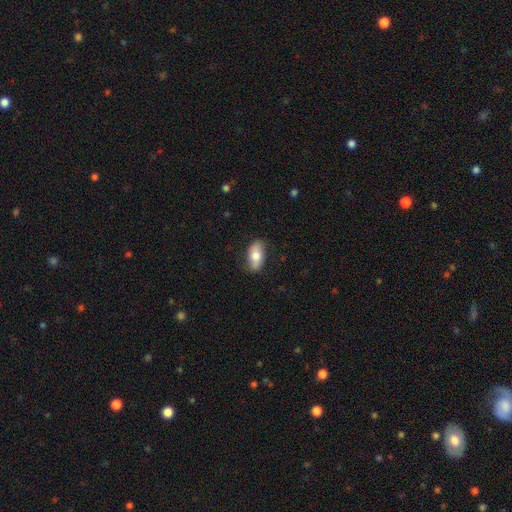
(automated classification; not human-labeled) The model was most divided on "smooth or featured": smooth: 71%, featured or disk: 23%, star or artifact: 6%. More confident: how rounded — in between (89%); merging — none (81%).